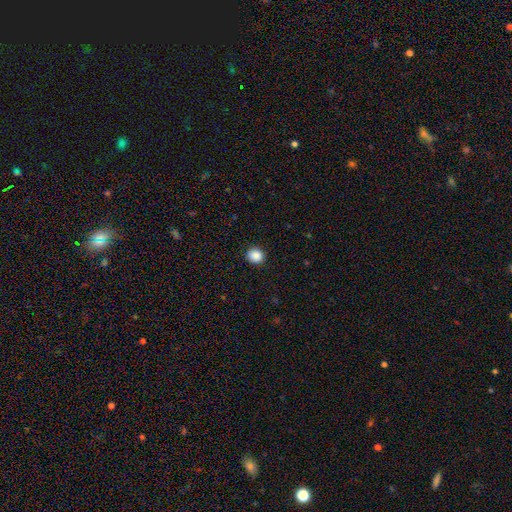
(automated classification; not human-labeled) Overall: smooth (88%). How rounded: round (80%). Merging: none (90%).